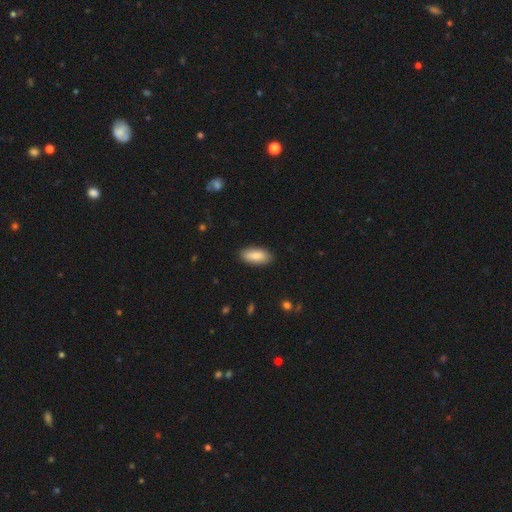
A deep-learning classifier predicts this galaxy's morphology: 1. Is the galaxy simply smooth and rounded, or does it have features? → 85% smooth, 9% featured or disk, 6% star or artifact.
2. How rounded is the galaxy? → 86% in between, 12% cigar-shaped, 2% round.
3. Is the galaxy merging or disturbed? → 87% none, 10% minor disturbance, 2% major disturbance, 1% merger.